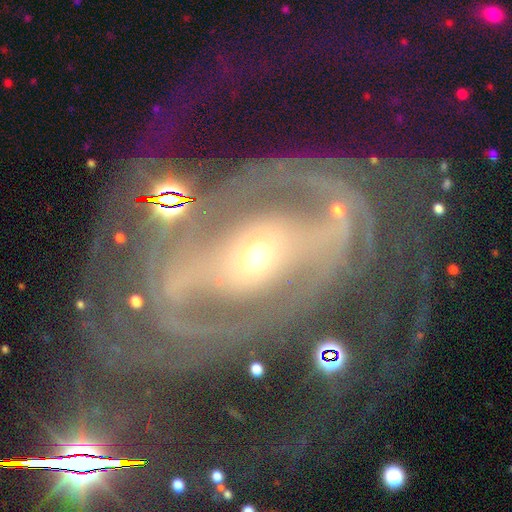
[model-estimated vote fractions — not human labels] Smooth or featured? Predicted: featured or disk (p=0.89). Edge-on disk? Predicted: no (p=0.97). Bar? Predicted: strong (p=0.40). Spiral arms? Predicted: yes (p=0.94). Spiral winding? Predicted: tight (p=0.45). Spiral arm count? Predicted: 2 (p=0.46). Bulge size? Predicted: small (p=0.54). Merging? Predicted: none (p=0.54).